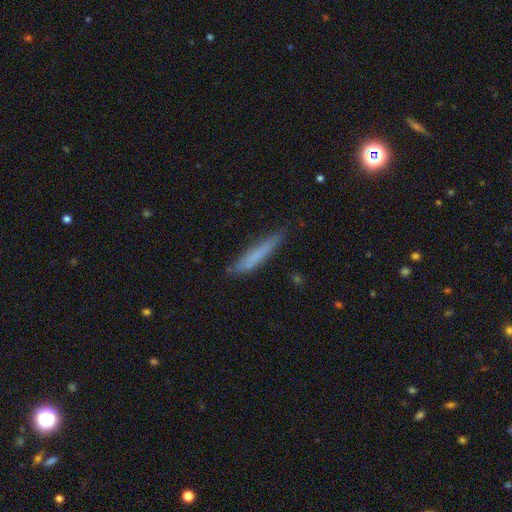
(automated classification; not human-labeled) Smooth or featured?
  - smooth: 69% *
  - featured or disk: 24%
  - star or artifact: 7%
How rounded?
  - cigar-shaped: 91% *
  - in between: 7%
  - round: 1%
Merging?
  - none: 74% *
  - minor disturbance: 20%
  - major disturbance: 4%
  - merger: 2%